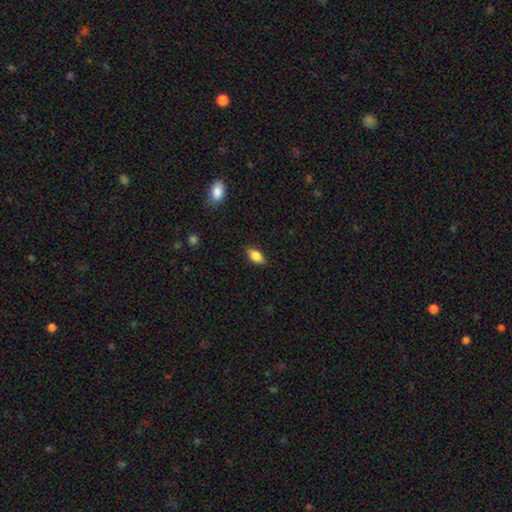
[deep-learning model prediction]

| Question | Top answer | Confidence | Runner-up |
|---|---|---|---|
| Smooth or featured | smooth | 77% | featured or disk (15%) |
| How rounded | in between | 86% | cigar-shaped (8%) |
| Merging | none | 83% | minor disturbance (13%) |